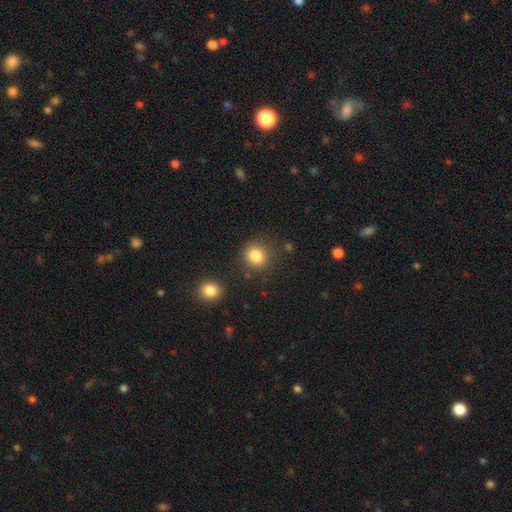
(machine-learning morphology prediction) smooth_or_featured: smooth (p=0.84) [alt: star or artifact p=0.11]
how_rounded: round (p=0.83) [alt: in between p=0.16]
merging: none (p=0.81) [alt: minor disturbance p=0.10]